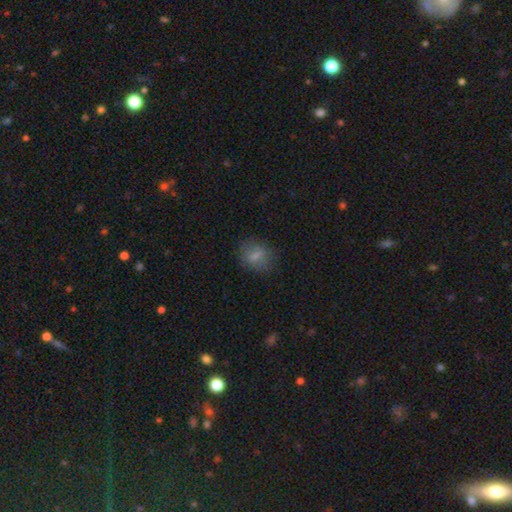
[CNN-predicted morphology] smooth 72%, featured or disk 17%, star or artifact 10%. Down the decision tree: how rounded — in between (51%); merging — none (74%).